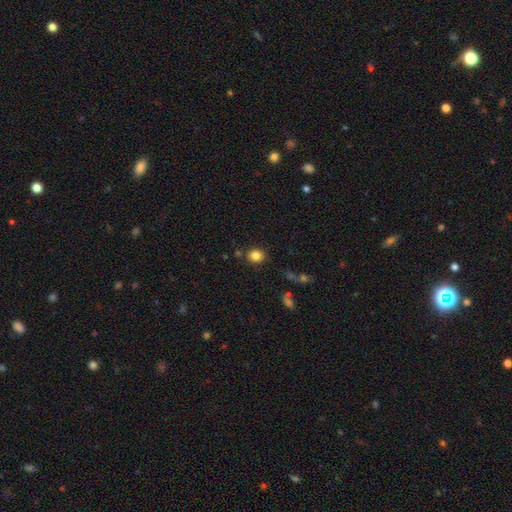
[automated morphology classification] Smooth or featured? smooth (84%)
How rounded? round (62%)
Merging? none (82%)